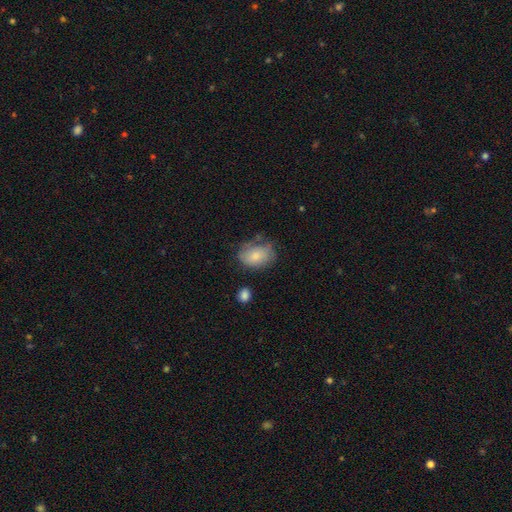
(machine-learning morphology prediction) A smooth galaxy with no disk features (74%) that is in between round and cigar-shaped (73%).

Vote fractions:
- Smooth or featured? smooth: 74% / featured or disk: 19% / star or artifact: 7%
- How rounded? in between: 73% / round: 26% / cigar-shaped: 1%
- Merging? none: 55% / minor disturbance: 29% / major disturbance: 12% / merger: 4%